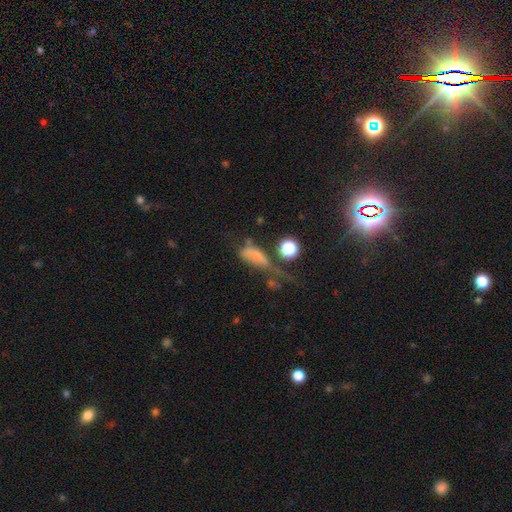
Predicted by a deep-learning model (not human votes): Smooth or featured?
  - smooth: 59% *
  - featured or disk: 25%
  - star or artifact: 17%
How rounded?
  - in between: 68% *
  - cigar-shaped: 18%
  - round: 13%
Merging?
  - major disturbance: 37% *
  - none: 25%
  - minor disturbance: 20%
  - merger: 18%